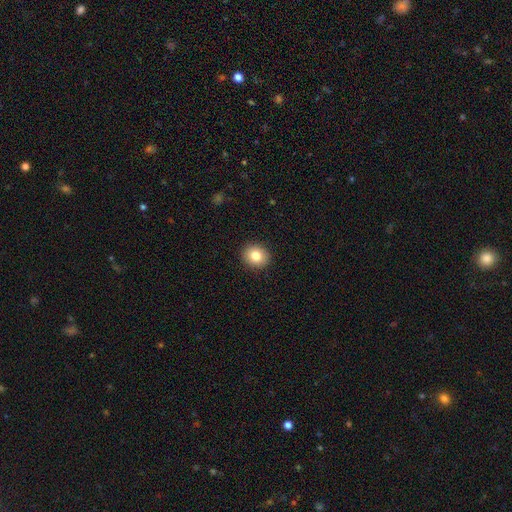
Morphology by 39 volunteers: Smooth or featured: smooth — 85% (featured or disk — 8%)
How rounded: round — 88% (in between — 12%)
Merging: none — 97% (minor disturbance — 3%)